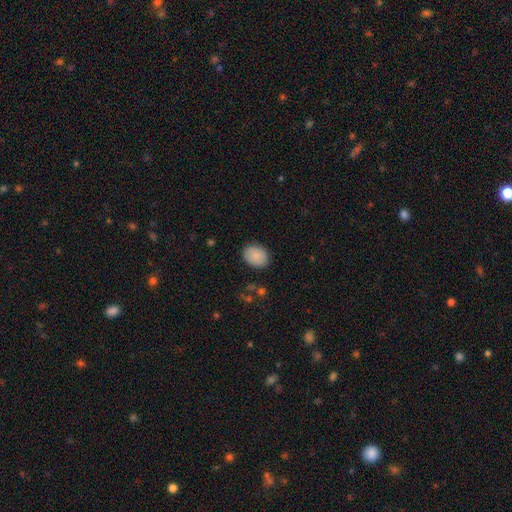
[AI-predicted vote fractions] Overall: smooth (87%). How rounded: in between (65%; round 34%). Merging: none (87%).